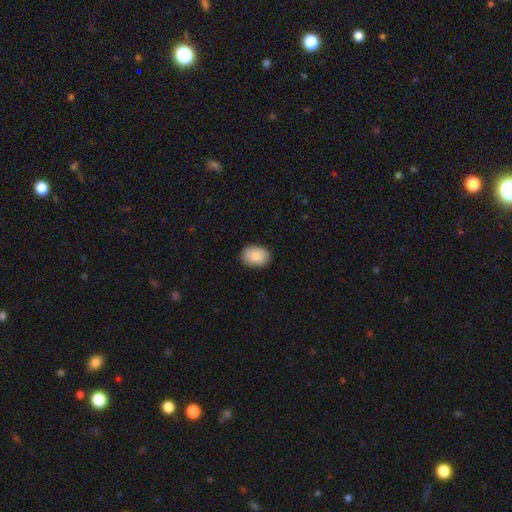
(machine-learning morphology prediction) Smooth or featured? Predicted: smooth (p=0.88). How rounded? Predicted: in between (p=0.76). Merging? Predicted: none (p=0.86).